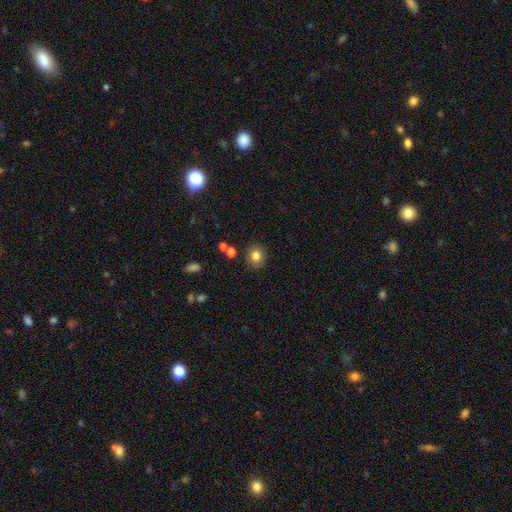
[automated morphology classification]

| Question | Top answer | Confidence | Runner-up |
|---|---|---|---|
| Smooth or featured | smooth | 81% | star or artifact (11%) |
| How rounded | round | 76% | in between (23%) |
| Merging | none | 87% | minor disturbance (8%) |